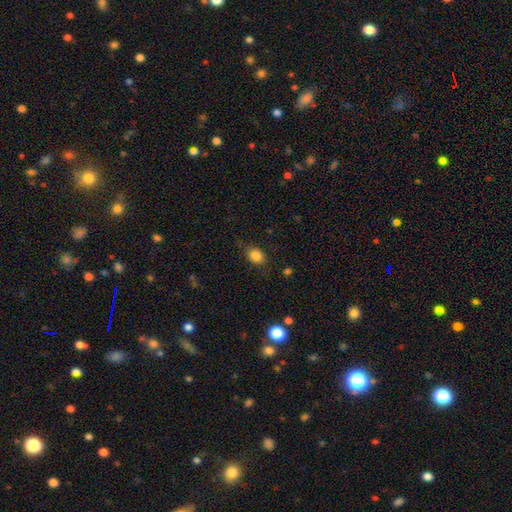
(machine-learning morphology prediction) A smooth galaxy with no disk features (84%) that is in between round and cigar-shaped (57%).

Vote fractions:
- Smooth or featured? smooth: 84% / star or artifact: 10% / featured or disk: 6%
- How rounded? in between: 57% / round: 41% / cigar-shaped: 1%
- Merging? none: 73% / minor disturbance: 20% / major disturbance: 6% / merger: 2%